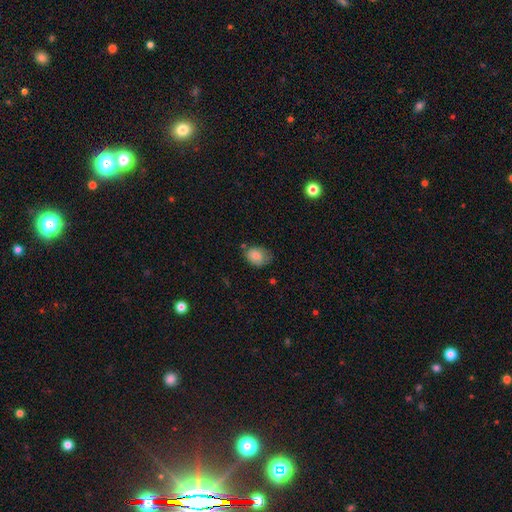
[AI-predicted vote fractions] smooth 82%, featured or disk 10%, star or artifact 8%. Down the decision tree: how rounded — in between (72%); merging — none (50%).